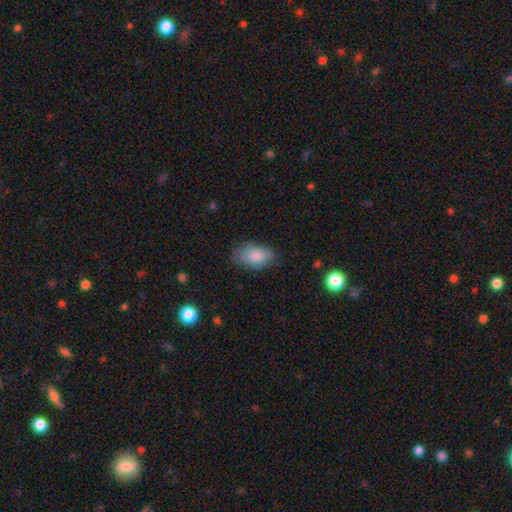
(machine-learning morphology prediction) A smooth galaxy with no disk features (85%) that is in between round and cigar-shaped (92%).

Vote fractions:
- Smooth or featured? smooth: 85% / featured or disk: 8% / star or artifact: 7%
- How rounded? in between: 92% / round: 5% / cigar-shaped: 2%
- Merging? none: 72% / minor disturbance: 22% / major disturbance: 5% / merger: 1%